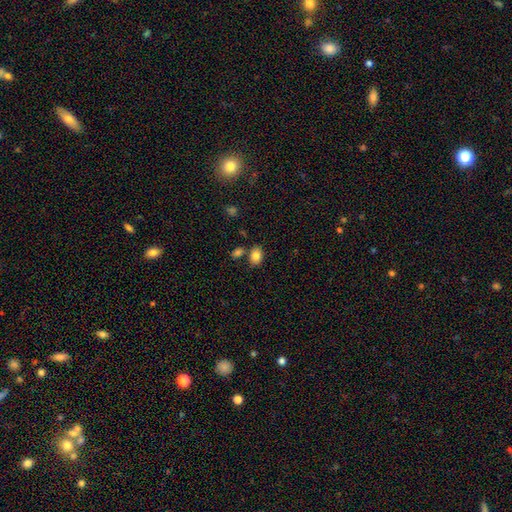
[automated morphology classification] smooth-or-featured: smooth: 83% | star or artifact: 9% | featured or disk: 8%
  how-rounded: in between: 76% | round: 22% | cigar-shaped: 1%
  merging: none: 73% | merger: 12% | minor disturbance: 12% | major disturbance: 3%